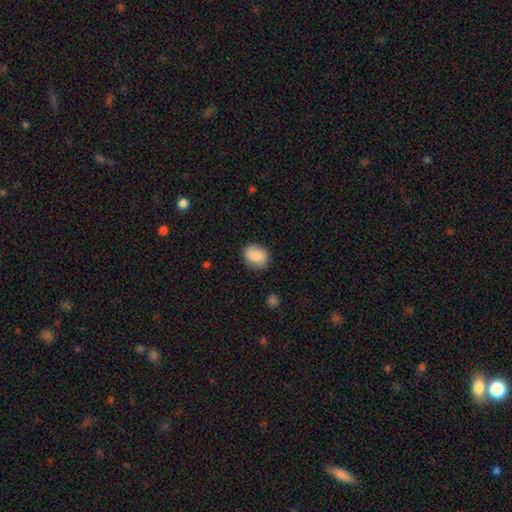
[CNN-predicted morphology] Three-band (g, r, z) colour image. It shows a smooth galaxy with no disk features (85%) that is round (52%). Merging: none (86%).